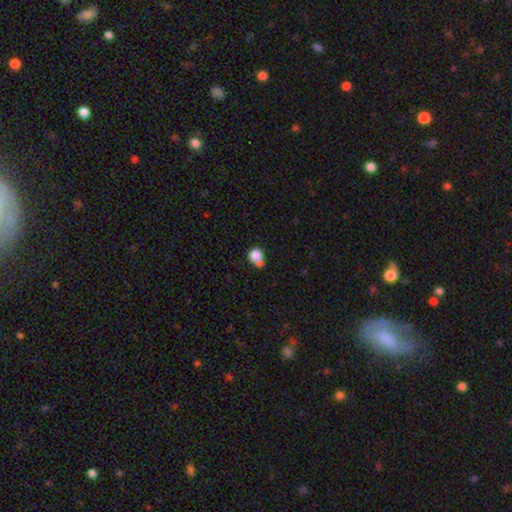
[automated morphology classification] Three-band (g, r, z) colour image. It shows a smooth galaxy with no disk features (80%) that is round (79%). Merging: none (40%).